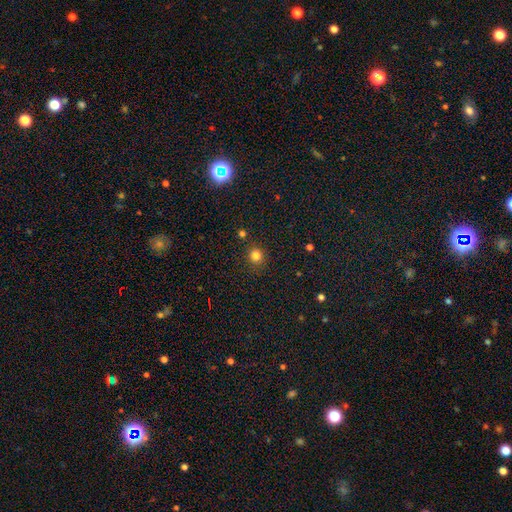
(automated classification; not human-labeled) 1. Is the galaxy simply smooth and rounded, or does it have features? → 79% smooth, 16% star or artifact, 5% featured or disk.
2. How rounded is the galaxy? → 90% round, 10% in between, 1% cigar-shaped.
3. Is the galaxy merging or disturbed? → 86% none, 8% minor disturbance, 3% merger, 3% major disturbance.